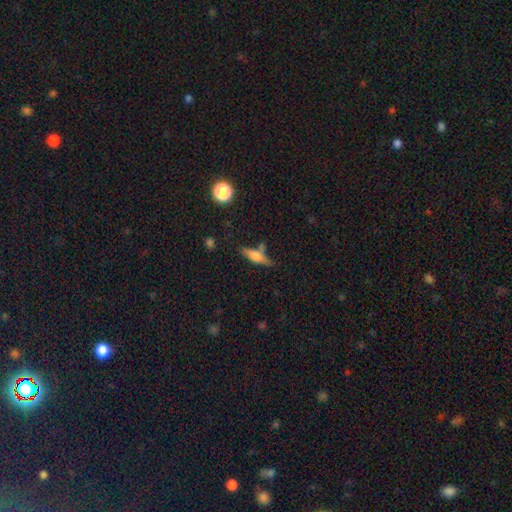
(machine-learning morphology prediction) This appears to be a smooth galaxy with no disk features (49%). Merging: none (63%).